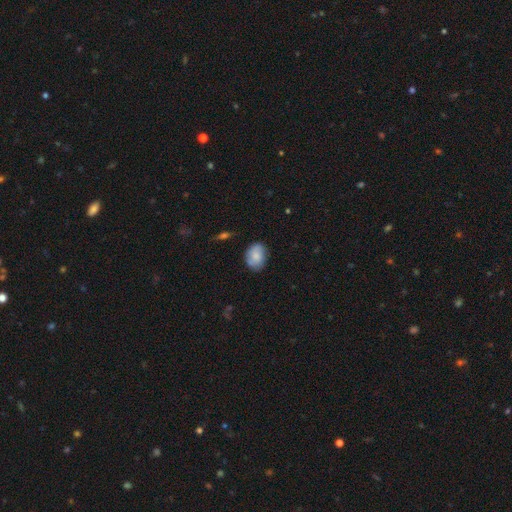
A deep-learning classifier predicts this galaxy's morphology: Overall: smooth (73%). How rounded: in between (67%; round 31%). Merging: none (76%).